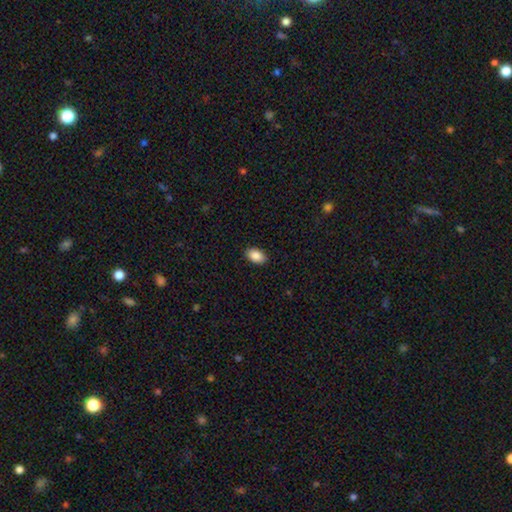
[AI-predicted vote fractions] Smooth or featured: smooth — 88% (star or artifact — 7%)
How rounded: in between — 91% (round — 7%)
Merging: none — 89% (minor disturbance — 8%)